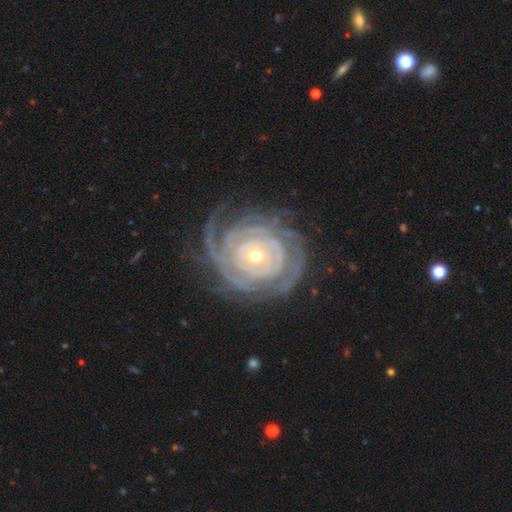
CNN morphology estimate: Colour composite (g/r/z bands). It shows a featured or disk galaxy (89%) with no bar (73%), tight (85%) spiral arms (96%) and a small central bulge (55%). Merging: none (71%).